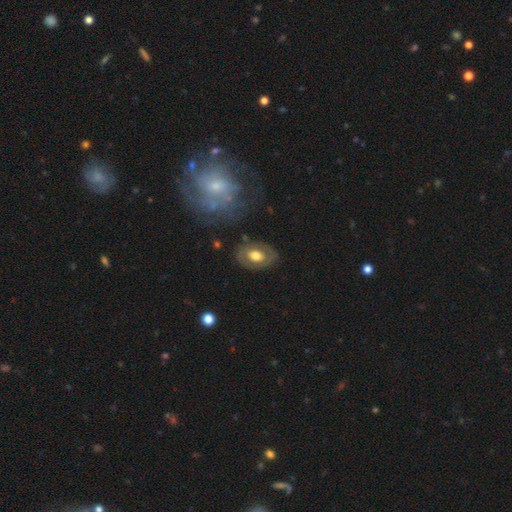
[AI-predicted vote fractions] The model was most divided on "smooth or featured": smooth: 50%, featured or disk: 43%, star or artifact: 7%. More confident: merging — none (79%); how rounded — in between (79%).